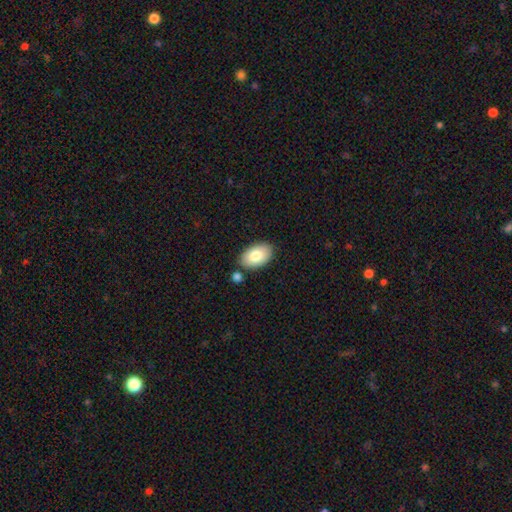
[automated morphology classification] A smooth galaxy with no disk features (80%) that is in between round and cigar-shaped (93%).

Vote fractions:
- Smooth or featured? smooth: 80% / featured or disk: 13% / star or artifact: 6%
- How rounded? in between: 93% / round: 6% / cigar-shaped: 1%
- Merging? none: 81% / minor disturbance: 11% / merger: 6% / major disturbance: 2%